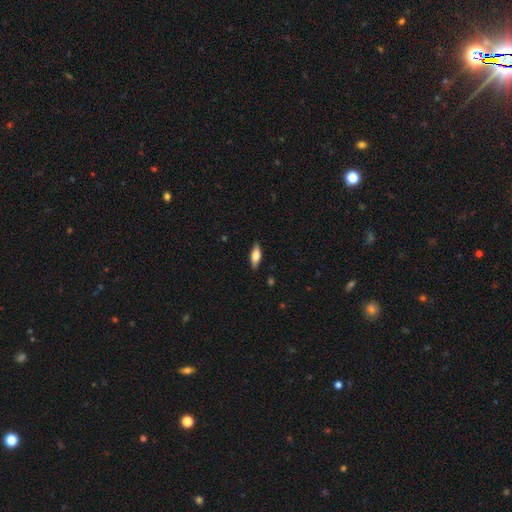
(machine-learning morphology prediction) Smooth or featured? smooth (68%)
How rounded? in between (73%)
Merging? none (86%)